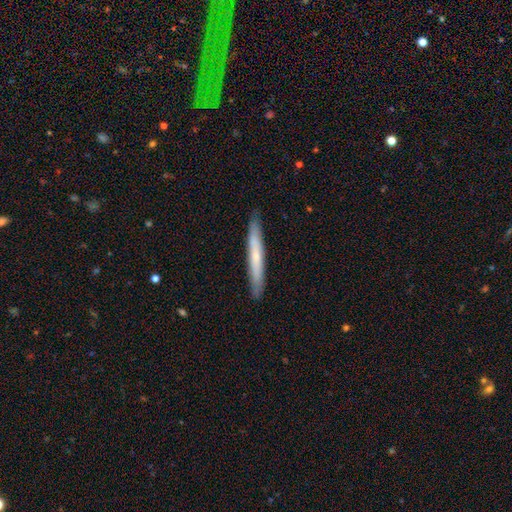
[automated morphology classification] Smooth or featured: smooth — 56% (featured or disk — 39%)
How rounded: cigar-shaped — 96% (in between — 3%)
Merging: none — 90% (minor disturbance — 8%)